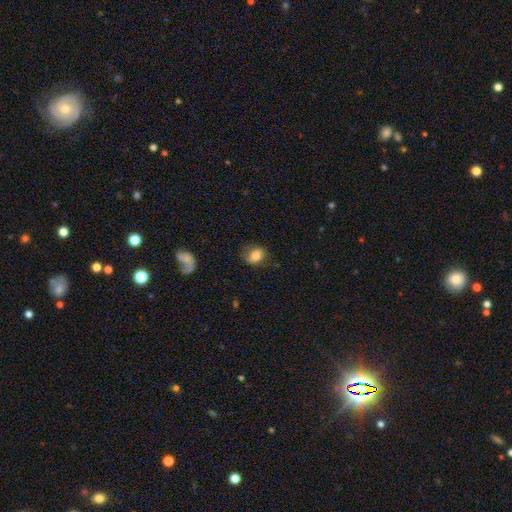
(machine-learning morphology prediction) smooth_or_featured: smooth (p=0.78) [alt: featured or disk p=0.13]
how_rounded: in between (p=0.59) [alt: round p=0.40]
merging: none (p=0.64) [alt: minor disturbance p=0.24]